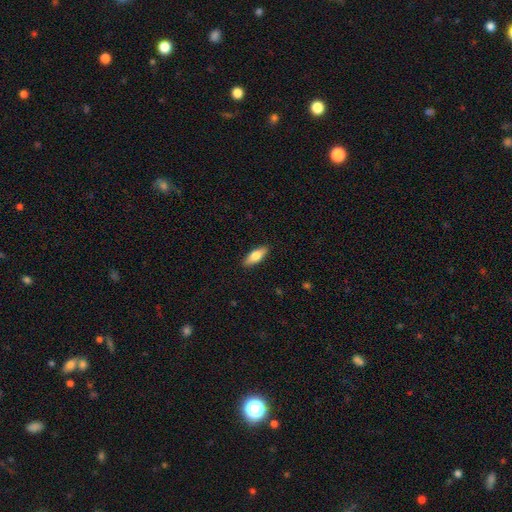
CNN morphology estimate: This is likely a smooth galaxy (73%). How rounded: likely in between (71%). Merging: clearly none (89%).